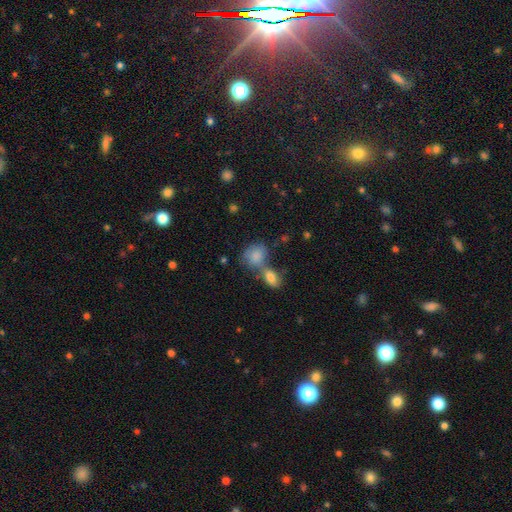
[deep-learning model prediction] Smooth or featured? smooth (81%)
How rounded? in between (56%)
Merging? merger (49%)